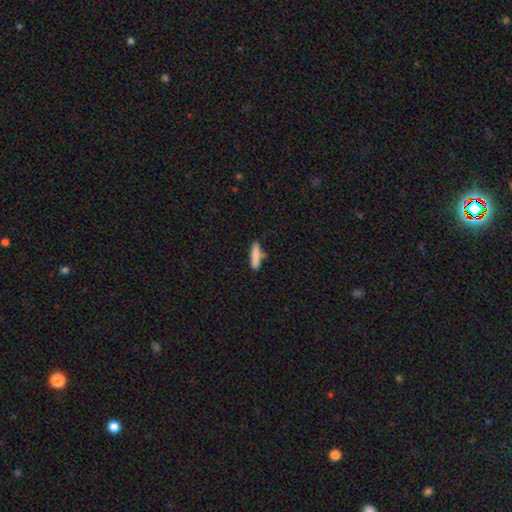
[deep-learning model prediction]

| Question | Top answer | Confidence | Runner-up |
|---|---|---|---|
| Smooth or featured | smooth | 84% | featured or disk (9%) |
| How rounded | cigar-shaped | 80% | in between (18%) |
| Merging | none | 76% | minor disturbance (15%) |